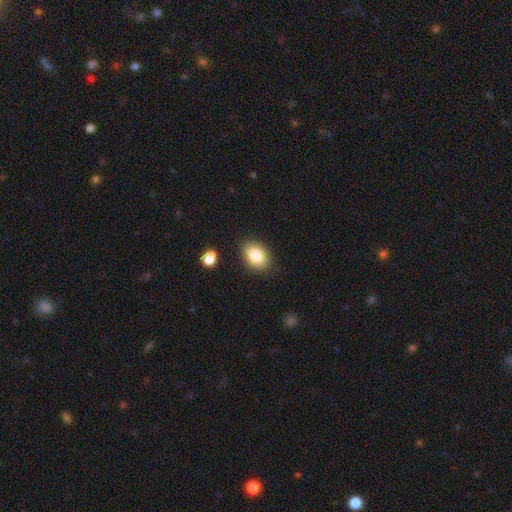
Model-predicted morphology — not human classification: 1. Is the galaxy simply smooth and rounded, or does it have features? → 84% smooth, 8% star or artifact, 8% featured or disk.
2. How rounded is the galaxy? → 76% in between, 23% round, 1% cigar-shaped.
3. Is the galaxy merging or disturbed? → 85% none, 10% minor disturbance, 3% major disturbance, 2% merger.